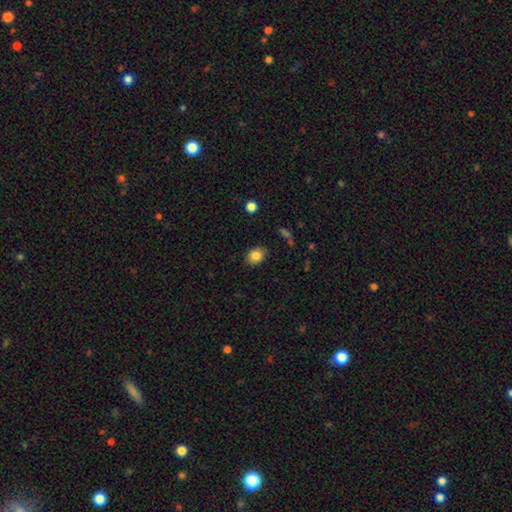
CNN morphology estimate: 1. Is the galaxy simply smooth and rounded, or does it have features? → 84% smooth, 9% star or artifact, 7% featured or disk.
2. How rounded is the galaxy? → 59% in between, 40% round, 1% cigar-shaped.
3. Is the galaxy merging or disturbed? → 86% none, 10% minor disturbance, 2% major disturbance, 1% merger.